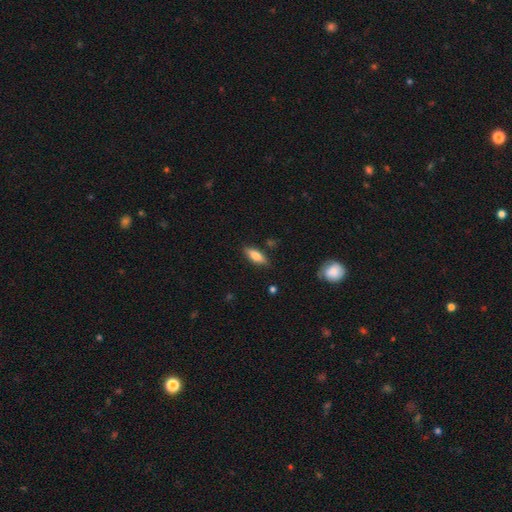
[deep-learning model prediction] smooth_or_featured: smooth (p=0.71) [alt: featured or disk p=0.22]
how_rounded: in between (p=0.63) [alt: cigar-shaped p=0.35]
merging: none (p=0.84) [alt: minor disturbance p=0.12]